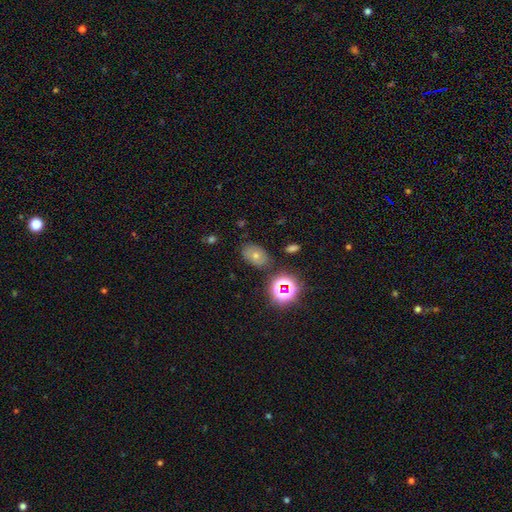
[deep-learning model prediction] A smooth galaxy with no disk features (58%) that is in between round and cigar-shaped (78%). Merging: none (76%).